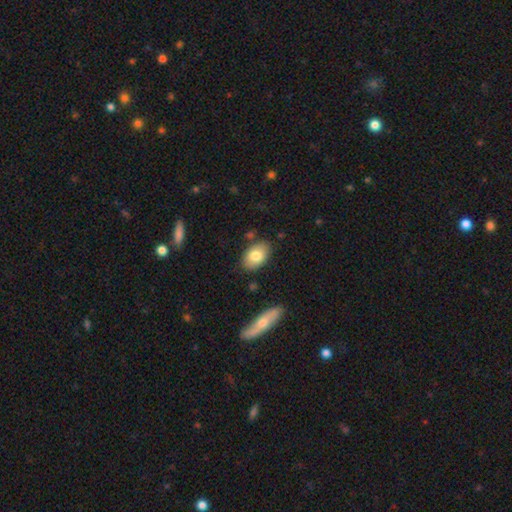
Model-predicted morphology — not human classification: The model was most divided on "smooth or featured": smooth: 79%, featured or disk: 14%, star or artifact: 7%. More confident: how rounded — in between (89%); merging — none (81%).